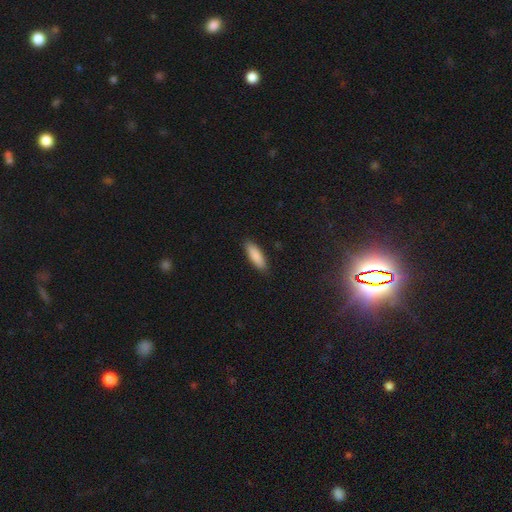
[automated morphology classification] smooth-or-featured: smooth: 87% | featured or disk: 7% | star or artifact: 6%
  how-rounded: cigar-shaped: 50% | in between: 49% | round: 2%
  merging: none: 88% | minor disturbance: 9% | major disturbance: 2% | merger: 1%